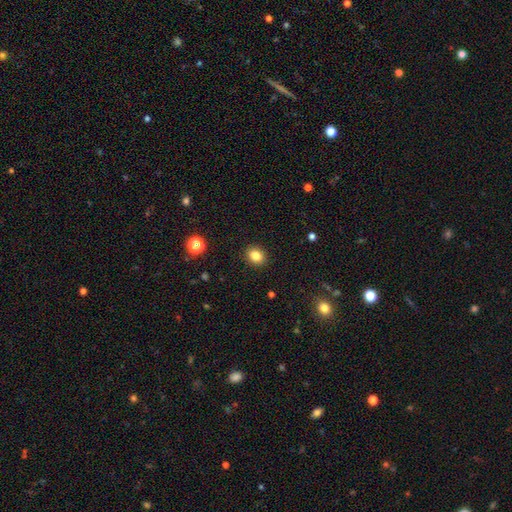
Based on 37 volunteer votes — Smooth or featured: smooth — 92% (star or artifact — 8%)
How rounded: round — 59% (in between — 41%)
Merging: none — 97% (merger — 3%)